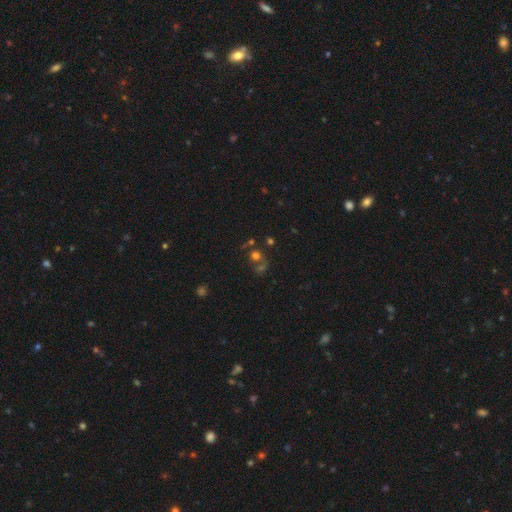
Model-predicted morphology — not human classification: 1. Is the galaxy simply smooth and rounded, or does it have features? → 58% smooth, 24% star or artifact, 19% featured or disk.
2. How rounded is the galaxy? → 81% round, 18% in between, 1% cigar-shaped.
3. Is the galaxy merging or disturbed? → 41% merger (tied), 41% none (tied), 9% minor disturbance, 9% major disturbance.